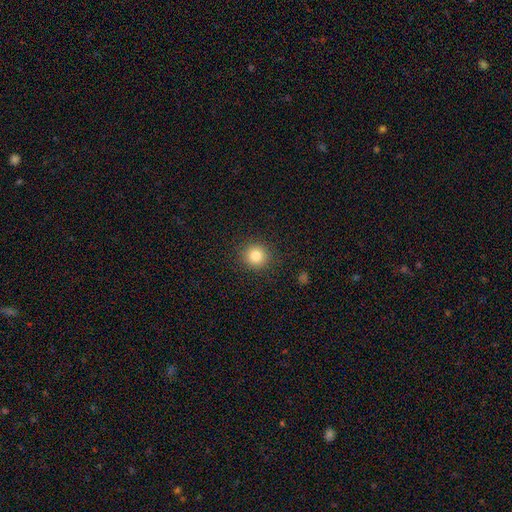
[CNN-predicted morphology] Overall: smooth (82%). How rounded: round (92%). Merging: none (90%).